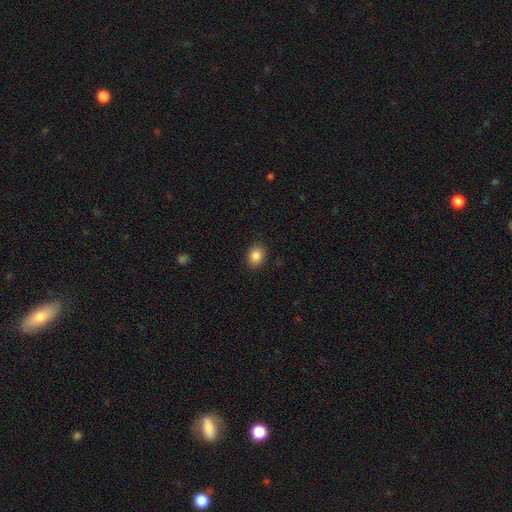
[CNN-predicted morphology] type=smooth (86%); roundness=in between (56%); merging=none (89%).